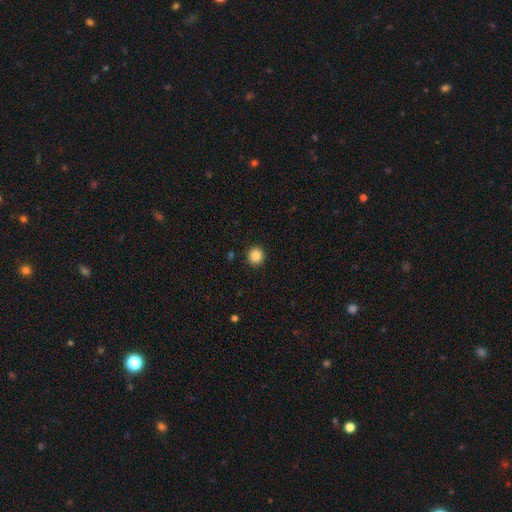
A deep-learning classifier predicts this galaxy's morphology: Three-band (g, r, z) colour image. It shows a smooth galaxy with no disk features (86%) that is round (92%). Merging: none (92%).